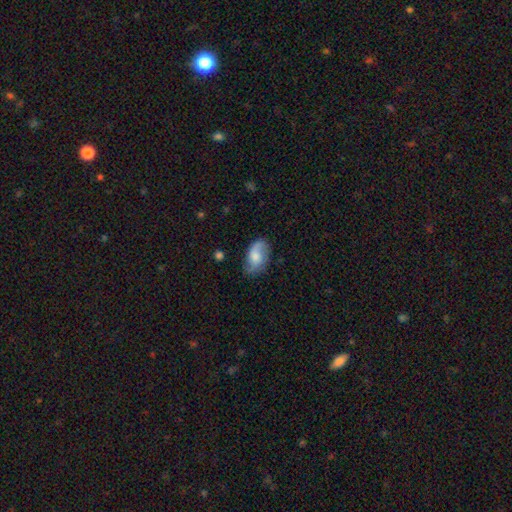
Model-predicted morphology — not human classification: smooth-or-featured: smooth: 47% | featured or disk: 46% | star or artifact: 8%
  merging: none: 65% | minor disturbance: 25% | major disturbance: 9% | merger: 2%